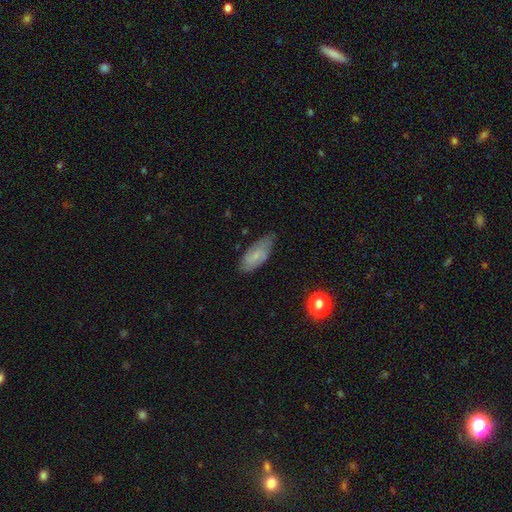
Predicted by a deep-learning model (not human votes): A smooth galaxy with no disk features (58%) that is in between round and cigar-shaped (84%).

Vote fractions:
- Smooth or featured? smooth: 58% / featured or disk: 34% / star or artifact: 8%
- How rounded? in between: 84% / cigar-shaped: 14% / round: 3%
- Merging? none: 69% / minor disturbance: 25% / major disturbance: 5% / merger: 2%